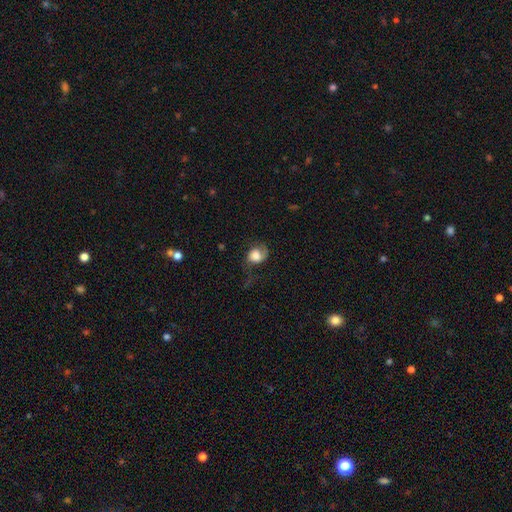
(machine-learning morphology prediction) smooth-or-featured: smooth: 60% | featured or disk: 30% | star or artifact: 9%
  how-rounded: round: 60% | in between: 39% | cigar-shaped: 1%
  merging: none: 40% | major disturbance: 31% | minor disturbance: 27% | merger: 2%